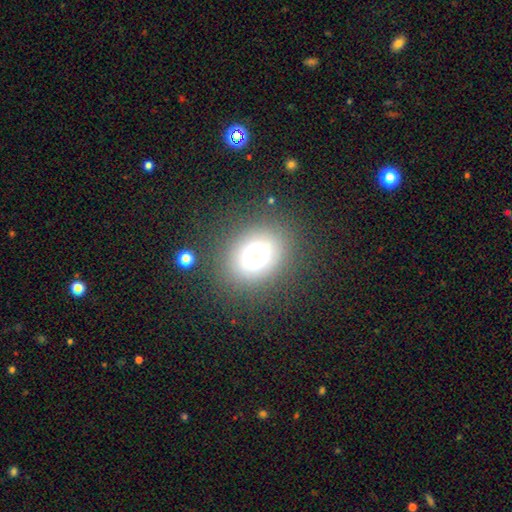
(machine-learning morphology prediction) This is likely a smooth galaxy (69%). How rounded: possibly round (54%). Merging: clearly none (83%).